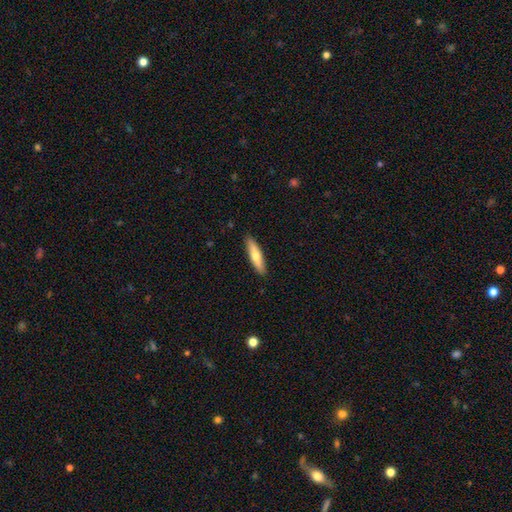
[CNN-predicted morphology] type=smooth (65%); roundness=cigar-shaped (78%); merging=none (90%).